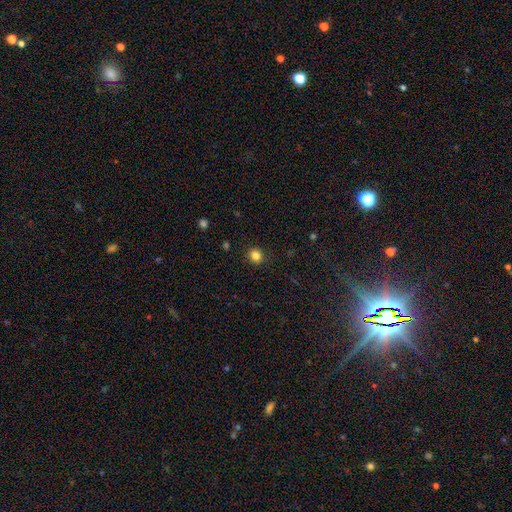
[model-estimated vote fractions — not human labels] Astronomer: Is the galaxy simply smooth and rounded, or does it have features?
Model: smooth — 83%.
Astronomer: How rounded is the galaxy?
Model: round — 87%.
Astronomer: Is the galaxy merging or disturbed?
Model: none — 90%.